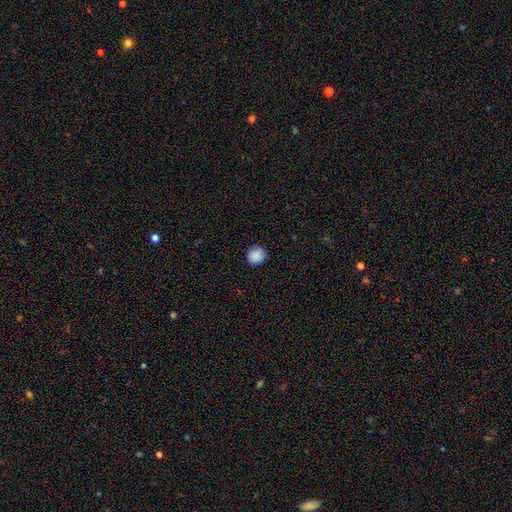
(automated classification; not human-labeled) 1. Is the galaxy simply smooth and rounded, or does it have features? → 88% smooth, 8% star or artifact, 3% featured or disk.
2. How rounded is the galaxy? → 86% round, 13% in between, 1% cigar-shaped.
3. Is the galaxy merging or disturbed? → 86% none, 11% minor disturbance, 2% major disturbance, 1% merger.